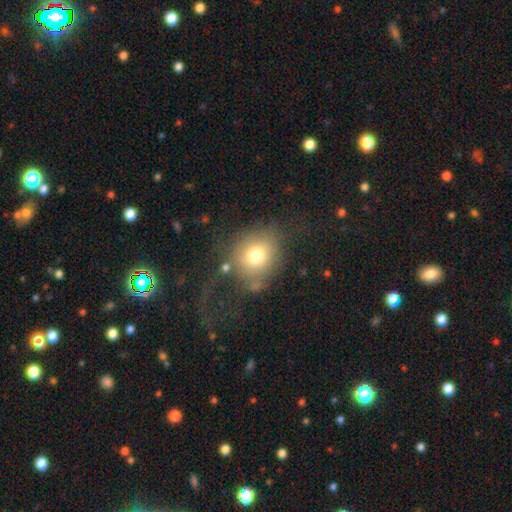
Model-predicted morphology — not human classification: A smooth galaxy with no disk features (70%) that is round (73%). Merging: none (42%).